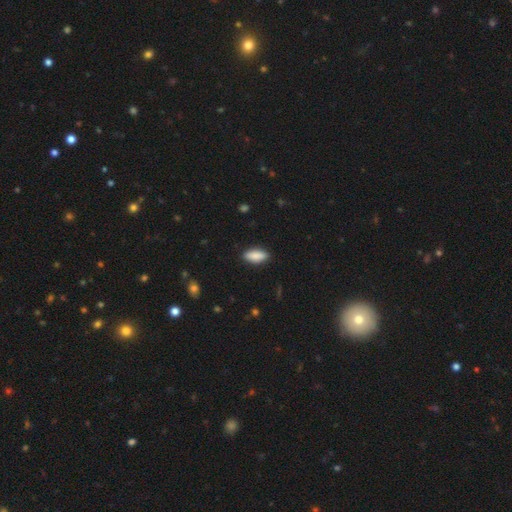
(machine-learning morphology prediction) A smooth galaxy with no disk features (87%) that is in between round and cigar-shaped (80%). Merging: none (88%).